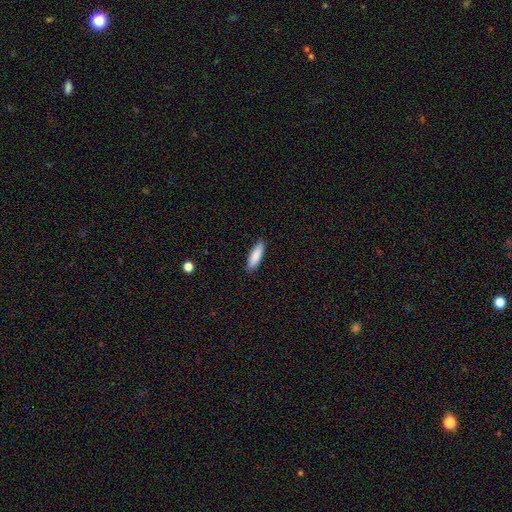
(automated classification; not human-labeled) A smooth galaxy with no disk features (87%) that is cigar-shaped (52%). Merging: none (89%).